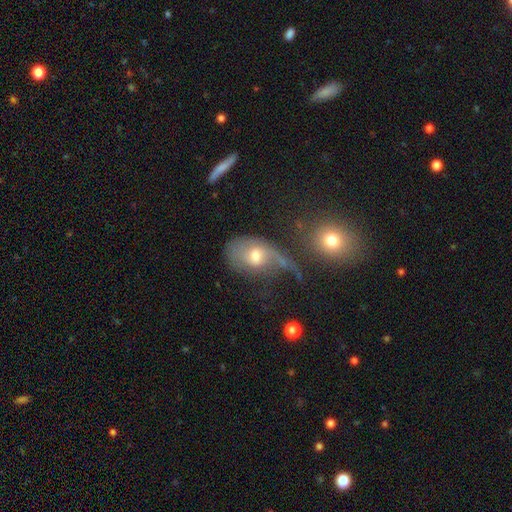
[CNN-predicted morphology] Q: Smooth or featured?
A: featured or disk (47%); runner-up: smooth (43%)
Q: Merging?
A: major disturbance (39%); runner-up: none (24%)